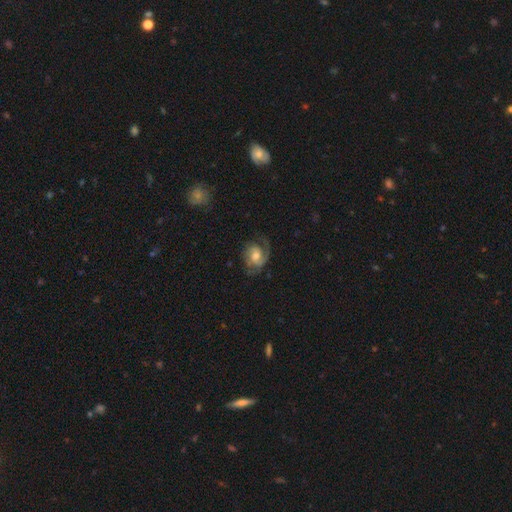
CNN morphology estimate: smooth_or_featured: featured or disk (p=0.75) [alt: smooth p=0.18]
disk_edge_on: no (p=0.97) [alt: yes p=0.03]
bar: no (p=0.61) [alt: weak p=0.34]
has_spiral_arms: yes (p=0.94) [alt: no p=0.06]
spiral_winding: medium (p=0.45) [alt: tight p=0.36]
spiral_arm_count: 2 (p=0.56) [alt: 1 p=0.24]
bulge_size: moderate (p=0.57) [alt: small p=0.19]
merging: none (p=0.61) [alt: minor disturbance p=0.20]